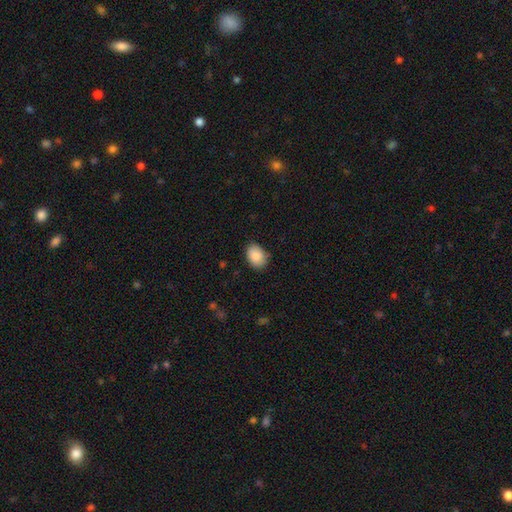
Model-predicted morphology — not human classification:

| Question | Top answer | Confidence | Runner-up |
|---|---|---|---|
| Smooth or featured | smooth | 89% | star or artifact (7%) |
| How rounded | in between | 76% | round (23%) |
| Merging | none | 80% | minor disturbance (16%) |